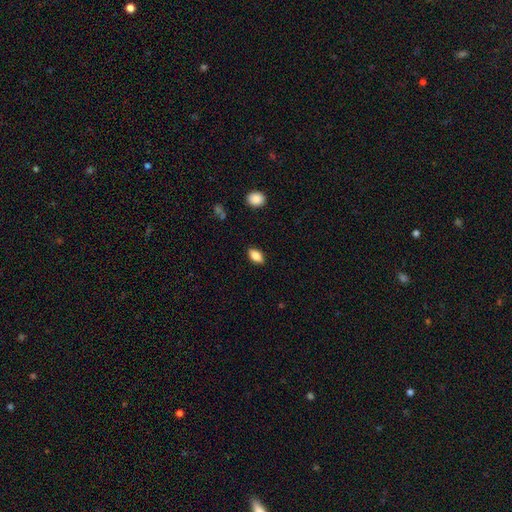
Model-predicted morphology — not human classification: Smooth or featured? smooth (80%)
How rounded? in between (88%)
Merging? none (87%)